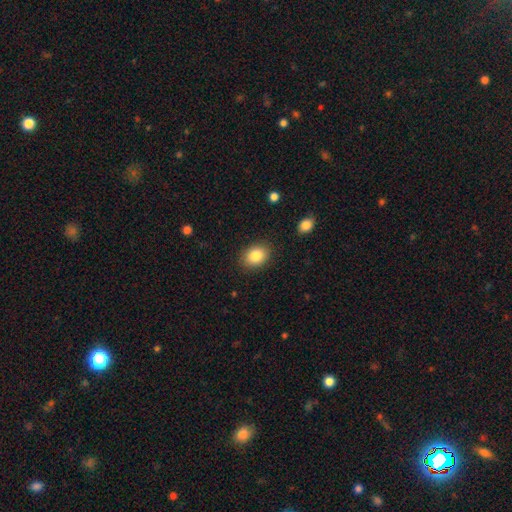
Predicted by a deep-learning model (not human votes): A smooth galaxy with no disk features (85%) that is in between round and cigar-shaped (65%). Merging: none (87%).